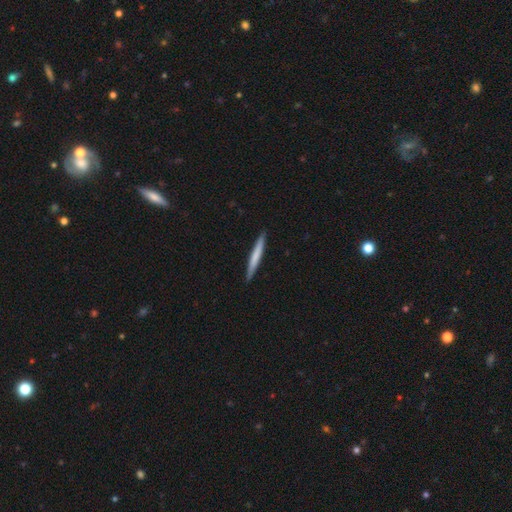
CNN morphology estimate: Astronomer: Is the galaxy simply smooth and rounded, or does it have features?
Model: smooth — 64%.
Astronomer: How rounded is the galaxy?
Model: cigar-shaped — 96%.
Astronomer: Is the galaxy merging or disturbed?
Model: none — 91%.